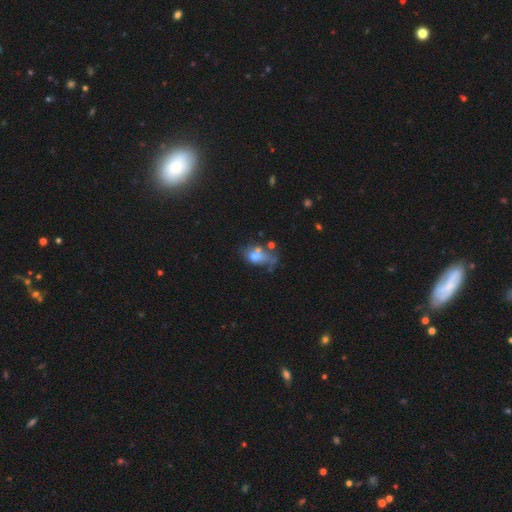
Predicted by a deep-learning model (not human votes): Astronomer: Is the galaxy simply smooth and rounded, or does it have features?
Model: smooth — 55% (runner-up: featured or disk, 31%).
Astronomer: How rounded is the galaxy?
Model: in between — 74%.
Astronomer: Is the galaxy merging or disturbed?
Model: major disturbance — 33% (runner-up: merger, 26%).